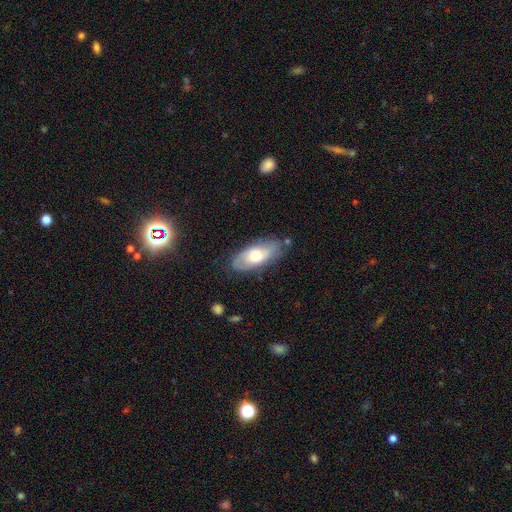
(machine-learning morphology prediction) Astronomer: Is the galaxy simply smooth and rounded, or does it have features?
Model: smooth — 56% (runner-up: featured or disk, 38%).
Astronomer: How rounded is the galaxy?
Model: in between — 85%.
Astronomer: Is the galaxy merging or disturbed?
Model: none — 70%.